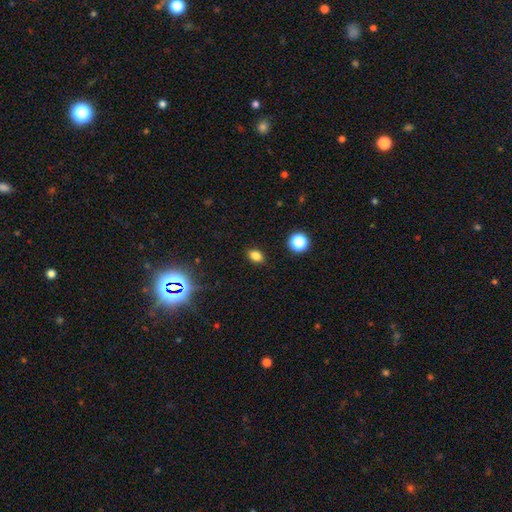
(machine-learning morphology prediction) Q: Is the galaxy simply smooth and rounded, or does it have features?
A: smooth — 80%.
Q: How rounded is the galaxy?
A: in between — 77%.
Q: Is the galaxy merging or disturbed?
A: none — 88%.